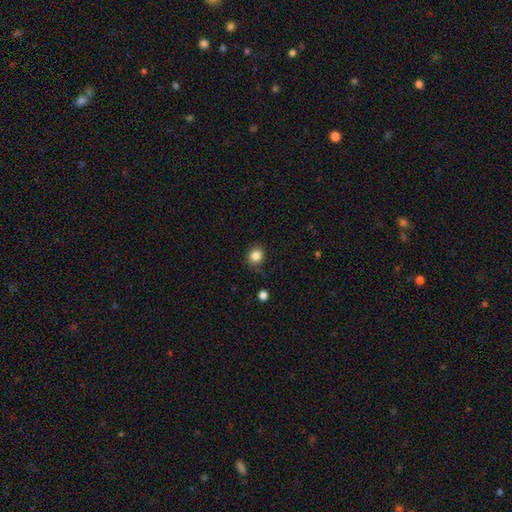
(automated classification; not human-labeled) A smooth galaxy with no disk features (84%) that is round (77%).

Vote fractions:
- Smooth or featured? smooth: 84% / star or artifact: 11% / featured or disk: 5%
- How rounded? round: 77% / in between: 22% / cigar-shaped: 1%
- Merging? none: 81% / minor disturbance: 14% / major disturbance: 3% / merger: 2%